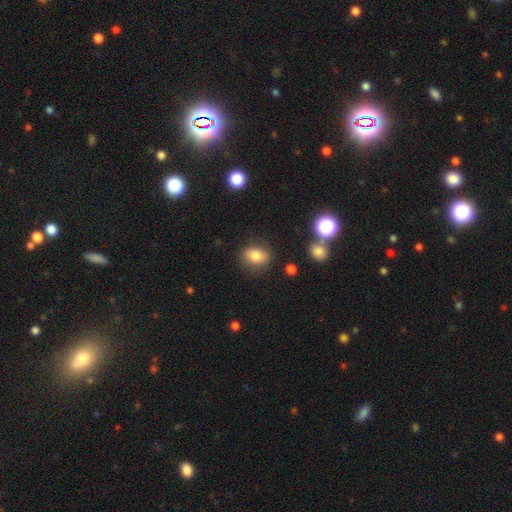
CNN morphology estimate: Overall: smooth (80%). How rounded: in between (53%; round 45%). Merging: none (82%).